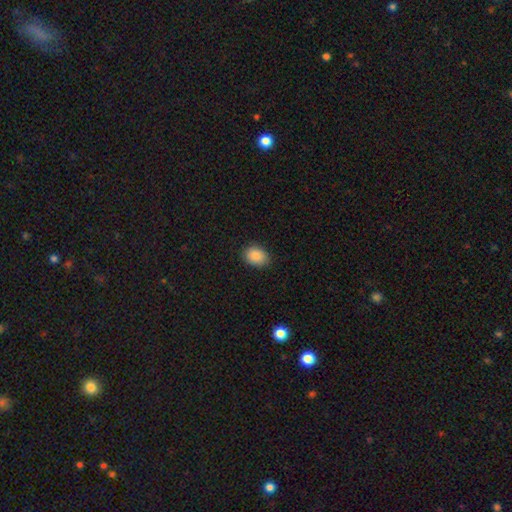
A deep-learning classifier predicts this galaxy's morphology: Overall: smooth (89%). How rounded: in between (71%). Merging: none (86%).